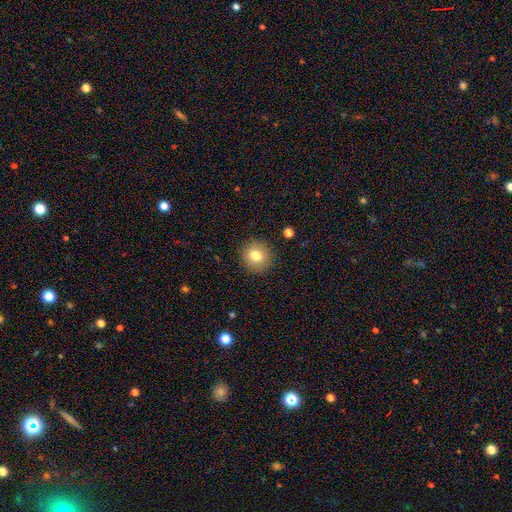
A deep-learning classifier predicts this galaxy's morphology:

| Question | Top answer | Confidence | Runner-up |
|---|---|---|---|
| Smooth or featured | smooth | 79% | featured or disk (11%) |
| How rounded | round | 86% | in between (13%) |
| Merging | none | 90% | minor disturbance (7%) |